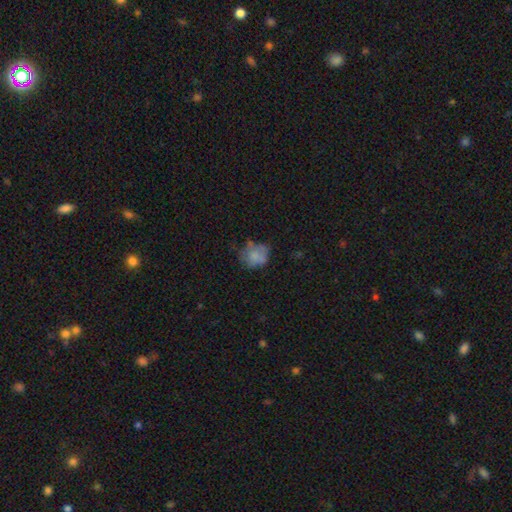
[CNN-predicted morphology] This appears to be a smooth galaxy with no disk features (66%) that is round (72%). Merging: none (50%).